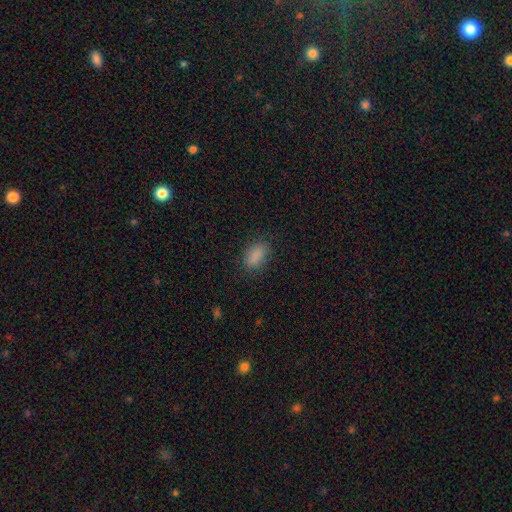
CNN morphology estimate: Smooth or featured? smooth (87%)
How rounded? in between (87%)
Merging? none (84%)